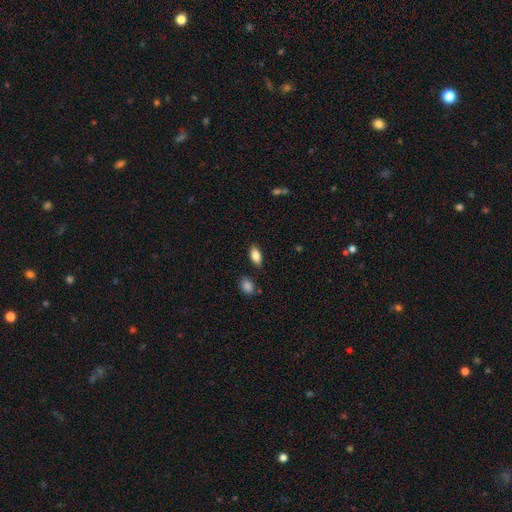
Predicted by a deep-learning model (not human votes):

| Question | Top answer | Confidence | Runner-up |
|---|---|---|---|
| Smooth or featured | smooth | 85% | featured or disk (8%) |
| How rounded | in between | 89% | cigar-shaped (8%) |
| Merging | none | 85% | minor disturbance (10%) |